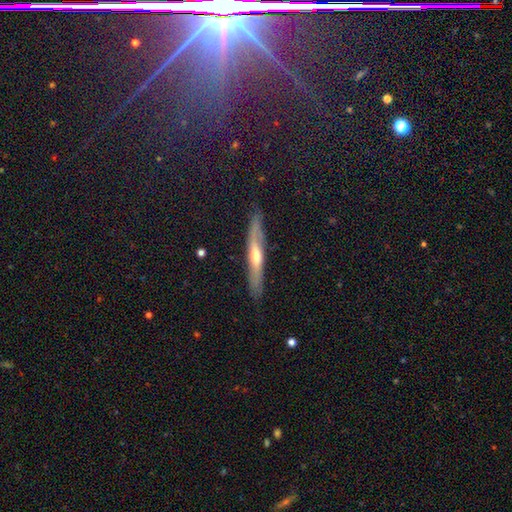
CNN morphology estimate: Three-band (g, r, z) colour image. It shows a featured or disk galaxy (61%) viewed edge-on (86%) with a rounded central bulge (68%). Merging: none (84%).